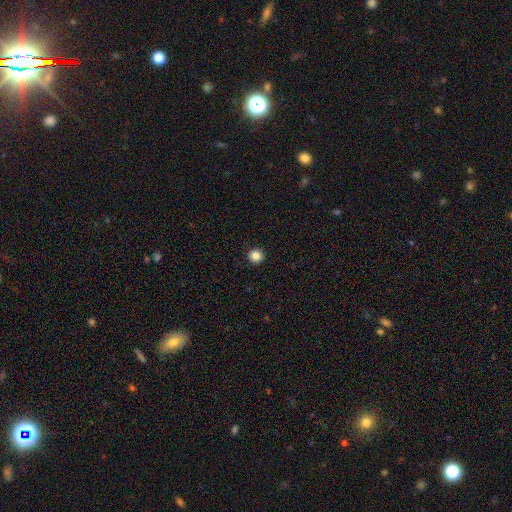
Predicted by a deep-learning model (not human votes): Smooth or featured: smooth — 85% (star or artifact — 11%)
How rounded: round — 94% (in between — 5%)
Merging: none — 94% (minor disturbance — 4%)